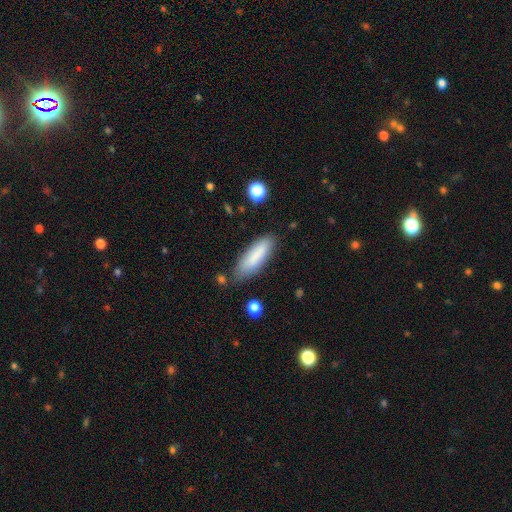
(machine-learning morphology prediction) Smooth or featured? Predicted: smooth (p=0.84). How rounded? Predicted: cigar-shaped (p=0.55). Merging? Predicted: none (p=0.78).